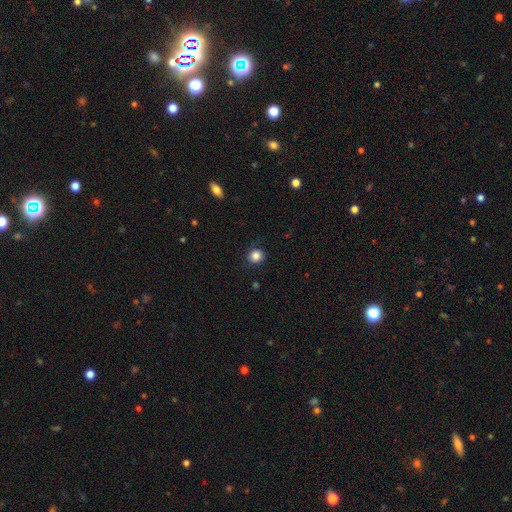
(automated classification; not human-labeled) smooth_or_featured: smooth (p=0.85) [alt: star or artifact p=0.11]
how_rounded: round (p=0.87) [alt: in between p=0.12]
merging: none (p=0.87) [alt: minor disturbance p=0.10]